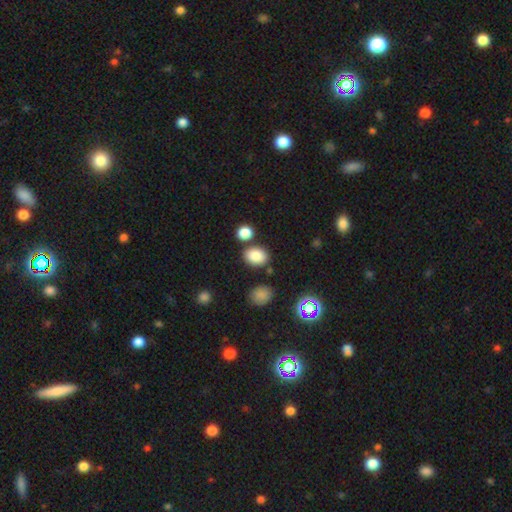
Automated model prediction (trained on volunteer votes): smooth-or-featured: smooth: 84% | star or artifact: 11% | featured or disk: 5%
  how-rounded: in between: 72% | round: 27% | cigar-shaped: 1%
  merging: none: 76% | minor disturbance: 11% | merger: 10% | major disturbance: 3%